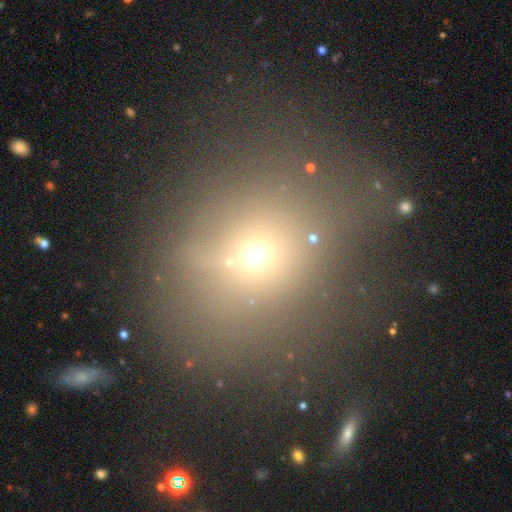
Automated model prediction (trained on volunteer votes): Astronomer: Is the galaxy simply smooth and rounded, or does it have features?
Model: smooth — 59%.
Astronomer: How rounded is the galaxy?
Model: round — 75%.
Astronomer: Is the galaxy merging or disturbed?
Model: none — 62%.